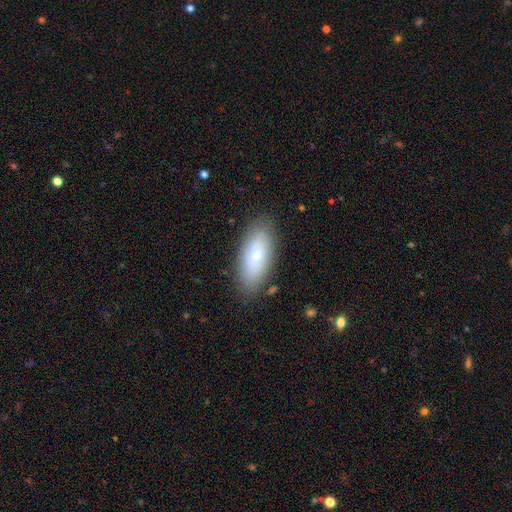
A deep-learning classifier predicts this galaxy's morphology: Q: Smooth or featured?
A: smooth (65%); runner-up: featured or disk (27%)
Q: How rounded?
A: in between (85%); runner-up: cigar-shaped (13%)
Q: Merging?
A: none (83%); runner-up: minor disturbance (12%)